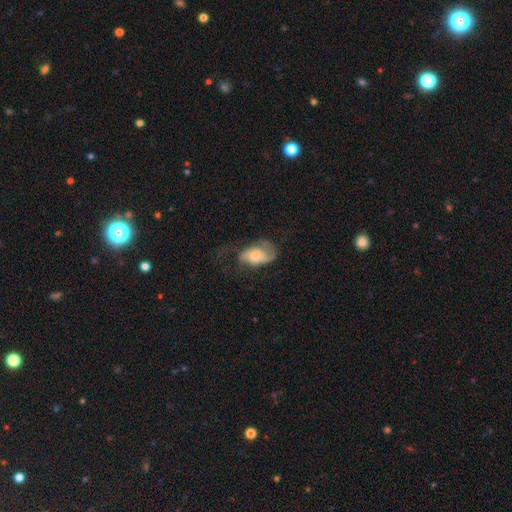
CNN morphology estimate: This is possibly a featured or disk galaxy (53%). It is clearly not viewed edge-on (95%). Bar: likely no (68%). Spiral arm pattern: likely yes (80%). Central bulge: marginally moderate (44%). Merging: marginally major disturbance (38%).